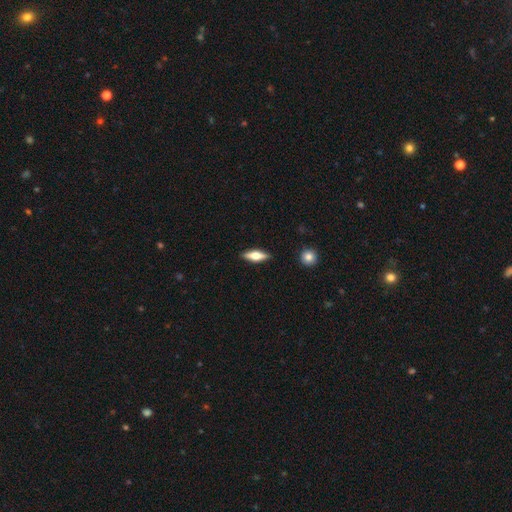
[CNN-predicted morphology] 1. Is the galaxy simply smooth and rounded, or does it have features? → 50% smooth, 43% featured or disk, 6% star or artifact.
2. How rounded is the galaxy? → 53% in between, 43% cigar-shaped, 3% round.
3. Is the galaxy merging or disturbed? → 89% none, 8% minor disturbance, 2% major disturbance, 1% merger.